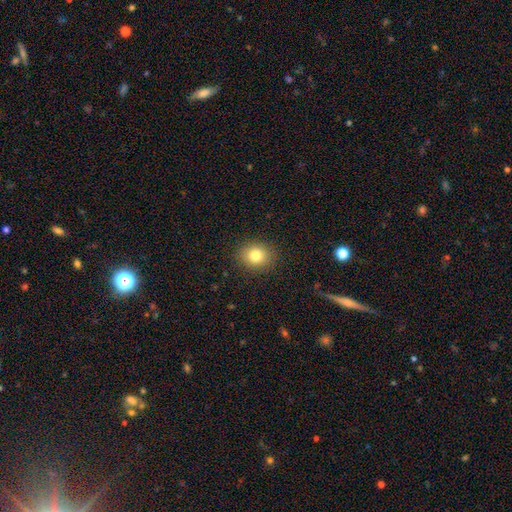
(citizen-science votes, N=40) Overall: smooth (80%). How rounded: round (69%; in between 31%). Merging: none (91%).